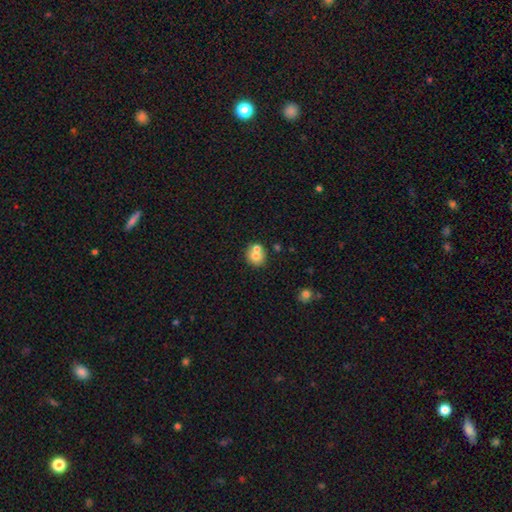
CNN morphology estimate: smooth_or_featured: smooth (p=0.72) [alt: featured or disk p=0.18]
how_rounded: round (p=0.81) [alt: in between p=0.18]
merging: none (p=0.49) [alt: merger p=0.40]